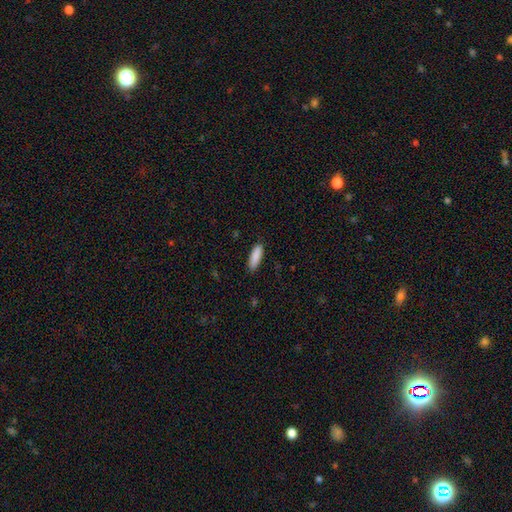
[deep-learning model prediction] Overall: smooth (89%). How rounded: cigar-shaped (53%; in between 46%). Merging: none (88%).